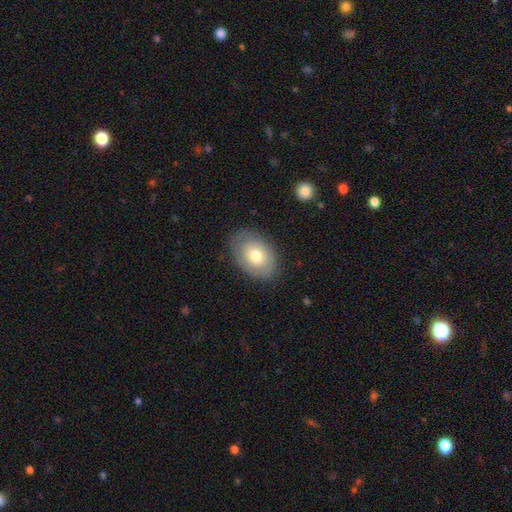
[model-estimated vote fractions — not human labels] Smooth or featured: smooth — 60% (featured or disk — 33%)
How rounded: in between — 79% (round — 20%)
Merging: none — 80% (minor disturbance — 15%)